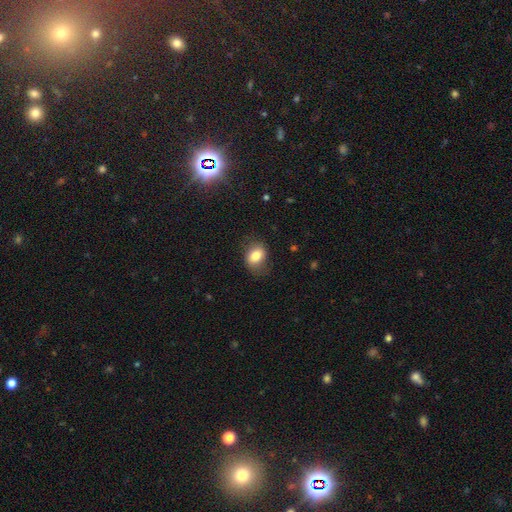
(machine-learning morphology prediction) A smooth galaxy with no disk features (79%) that is in between round and cigar-shaped (66%). Merging: none (70%).